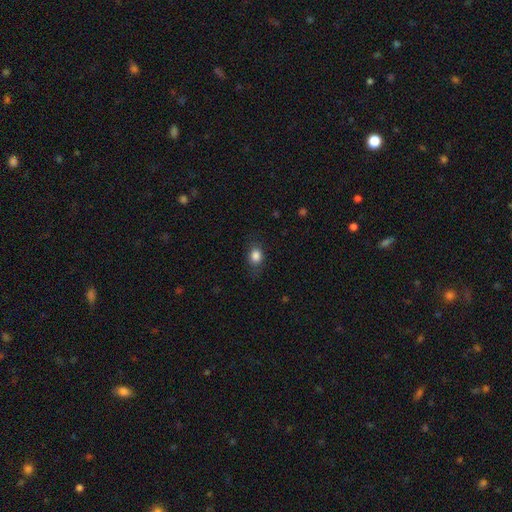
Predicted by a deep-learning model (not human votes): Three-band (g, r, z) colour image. It shows a smooth galaxy with no disk features (83%) that is in between round and cigar-shaped (49%, tied with round). Merging: none (77%).